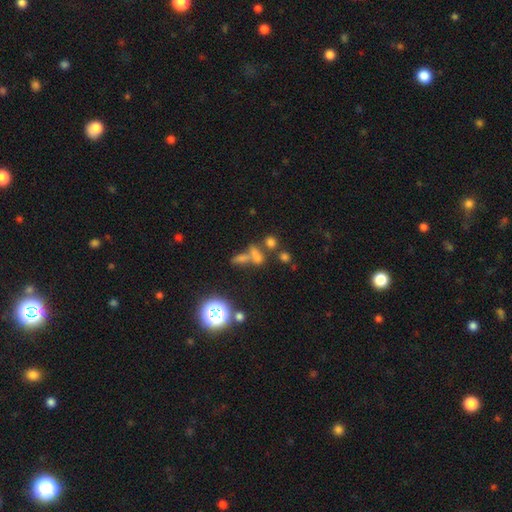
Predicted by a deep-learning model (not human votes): Smooth or featured?
  - smooth: 50% *
  - star or artifact: 33%
  - featured or disk: 17%
Merging?
  - merger: 45% *
  - none: 37%
  - minor disturbance: 9%
  - major disturbance: 8%